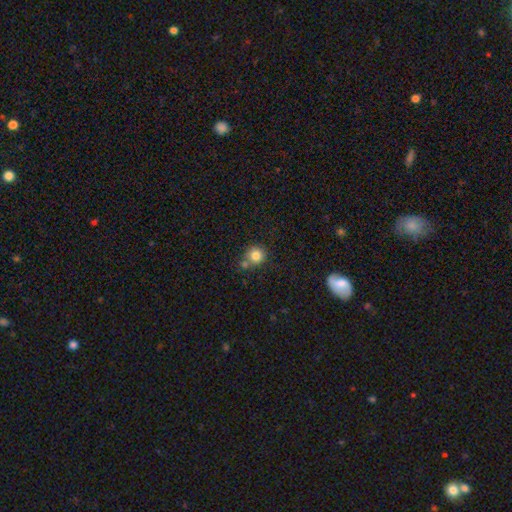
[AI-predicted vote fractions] smooth_or_featured: smooth (p=0.81) [alt: star or artifact p=0.11]
how_rounded: round (p=0.90) [alt: in between p=0.09]
merging: none (p=0.62) [alt: merger p=0.21]